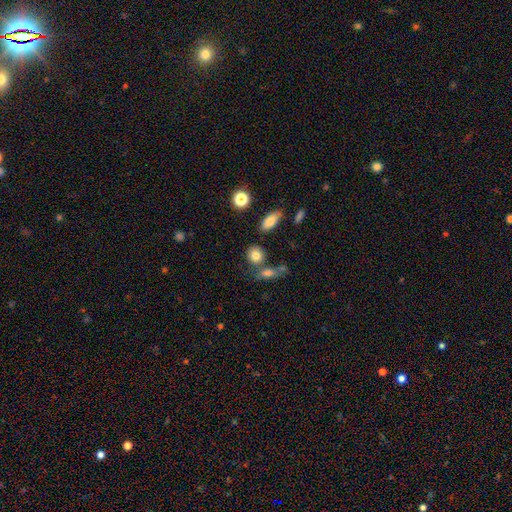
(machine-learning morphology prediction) smooth 81%, star or artifact 10%, featured or disk 9%. Down the decision tree: how rounded — round (68%); merging — none (65%).